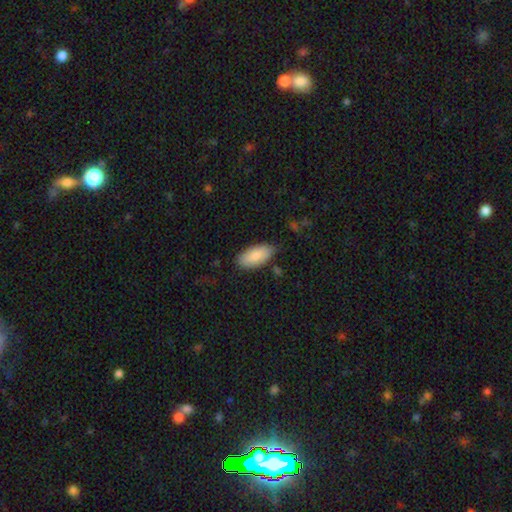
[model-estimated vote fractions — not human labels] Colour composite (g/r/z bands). It shows a smooth galaxy with no disk features (85%) that is in between round and cigar-shaped (93%). Merging: none (80%).